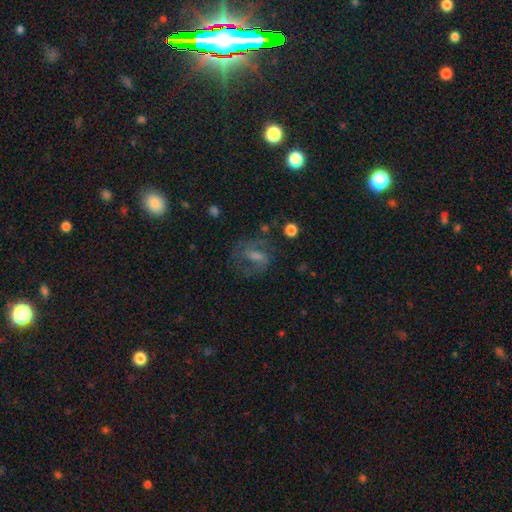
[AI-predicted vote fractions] Smooth or featured? Predicted: featured or disk (p=0.56). Edge-on disk? Predicted: no (p=0.94). Bar? Predicted: weak (p=0.46). Spiral arms? Predicted: yes (p=0.73). Bulge size? Predicted: moderate (p=0.35). Merging? Predicted: none (p=0.65).